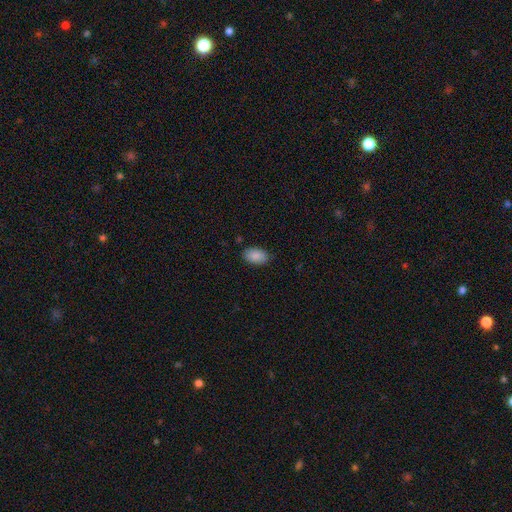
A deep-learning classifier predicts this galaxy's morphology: smooth_or_featured: smooth (p=0.89) [alt: star or artifact p=0.07]
how_rounded: in between (p=0.92) [alt: round p=0.06]
merging: none (p=0.85) [alt: minor disturbance p=0.11]